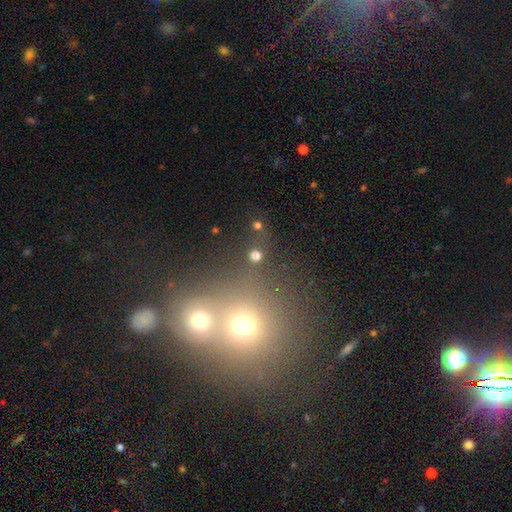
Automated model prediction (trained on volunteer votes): A smooth galaxy with no disk features (73%) that is round (90%).

Vote fractions:
- Smooth or featured? smooth: 73% / star or artifact: 21% / featured or disk: 6%
- How rounded? round: 90% / in between: 8% / cigar-shaped: 1%
- Merging? none: 79% / merger: 10% / minor disturbance: 7% / major disturbance: 4%